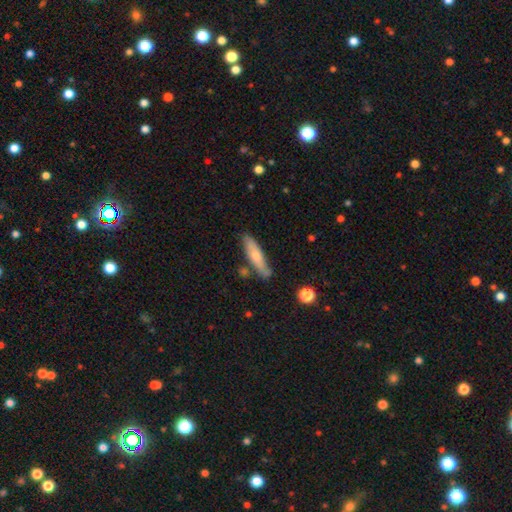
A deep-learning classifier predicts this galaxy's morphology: Smooth or featured? Predicted: smooth (p=0.63). How rounded? Predicted: cigar-shaped (p=0.76). Merging? Predicted: none (p=0.75).